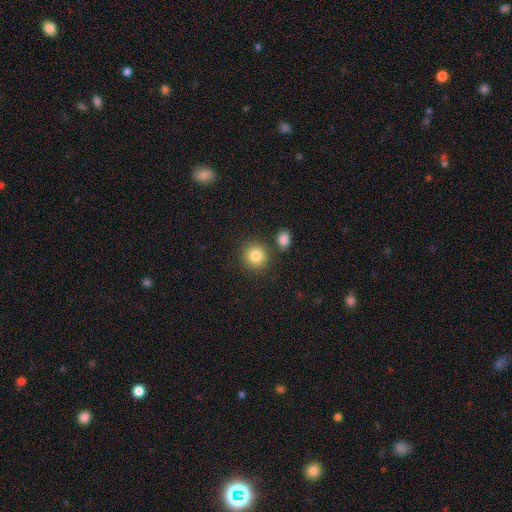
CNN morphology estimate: Smooth or featured? smooth (84%)
How rounded? round (89%)
Merging? none (82%)